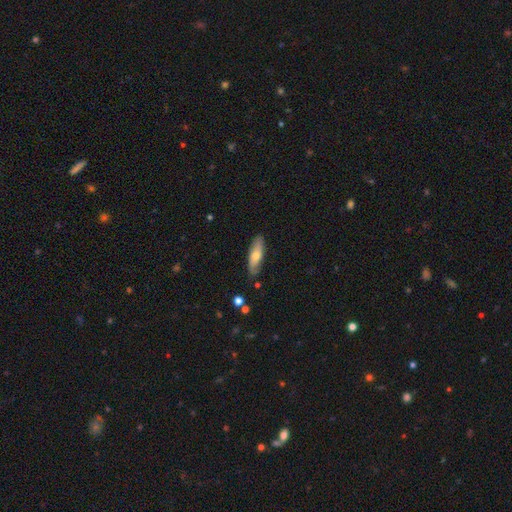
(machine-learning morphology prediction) Overall: smooth (61%; featured or disk 33%). How rounded: in between (53%; cigar-shaped 45%). Merging: none (82%).